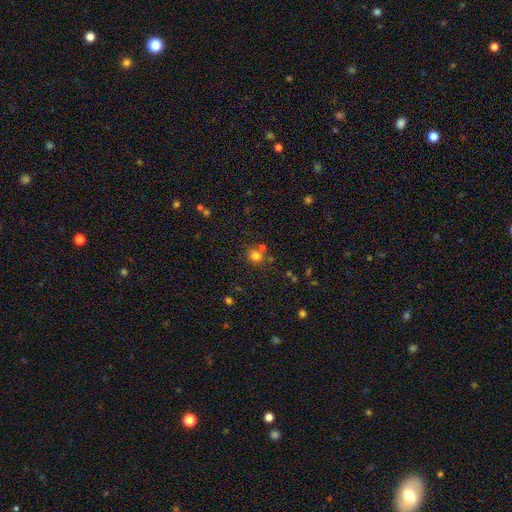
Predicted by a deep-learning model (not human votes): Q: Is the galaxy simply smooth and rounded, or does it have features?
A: smooth — 76%.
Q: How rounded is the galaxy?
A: round — 85%.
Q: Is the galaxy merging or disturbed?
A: none — 69%.